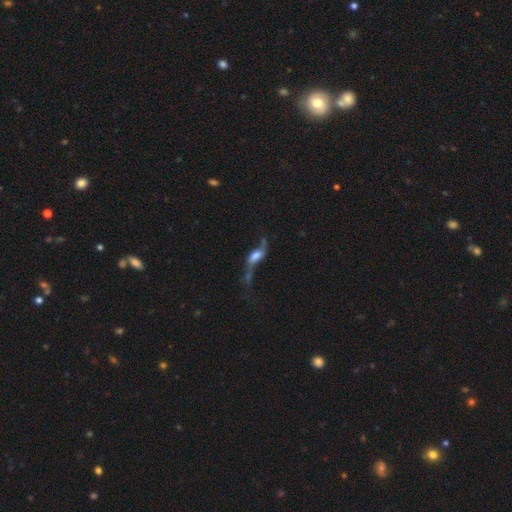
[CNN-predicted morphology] This appears to be a featured or disk galaxy (61%). Merging: none (31%, tied with major disturbance).